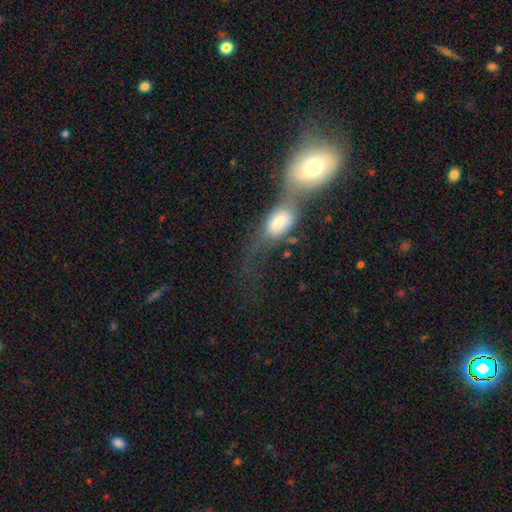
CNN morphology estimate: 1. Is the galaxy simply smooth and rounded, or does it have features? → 44% smooth, 39% featured or disk, 17% star or artifact.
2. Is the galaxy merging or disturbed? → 70% merger, 13% none, 10% major disturbance, 7% minor disturbance.